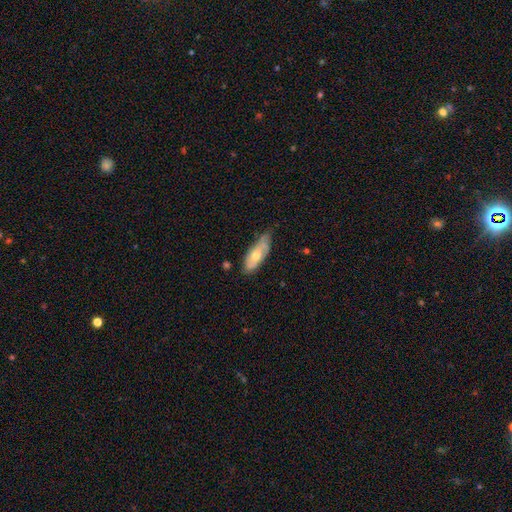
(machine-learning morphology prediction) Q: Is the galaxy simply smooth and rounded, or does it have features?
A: featured or disk — 48%.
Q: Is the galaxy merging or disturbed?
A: none — 60%.